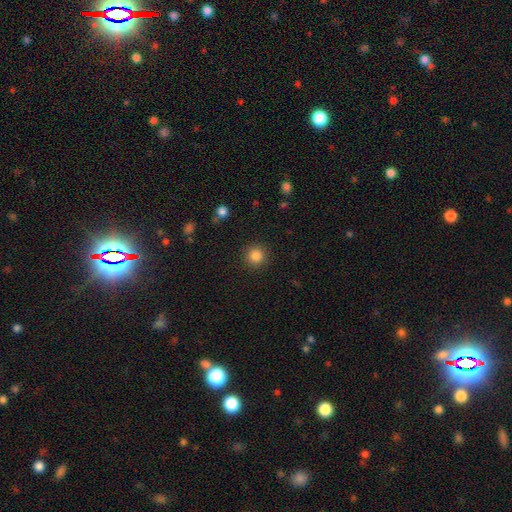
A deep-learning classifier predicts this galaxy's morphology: Smooth or featured: smooth — 85% (star or artifact — 11%)
How rounded: round — 94% (in between — 5%)
Merging: none — 91% (minor disturbance — 6%)